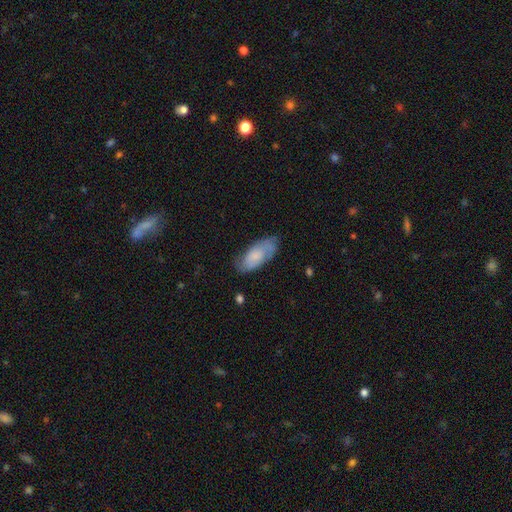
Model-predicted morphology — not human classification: Q: Smooth or featured?
A: smooth (56%); runner-up: featured or disk (37%)
Q: How rounded?
A: in between (85%); runner-up: cigar-shaped (13%)
Q: Merging?
A: none (63%); runner-up: minor disturbance (27%)